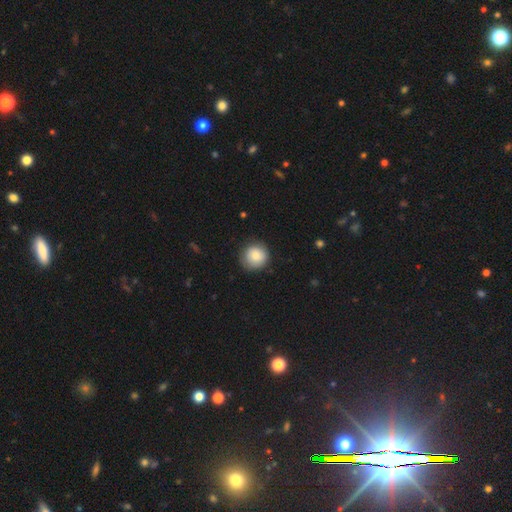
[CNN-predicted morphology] The model was most divided on "merging": none: 83%, minor disturbance: 13%, major disturbance: 3%, merger: 1%. More confident: how rounded — round (92%); smooth or featured — smooth (82%).